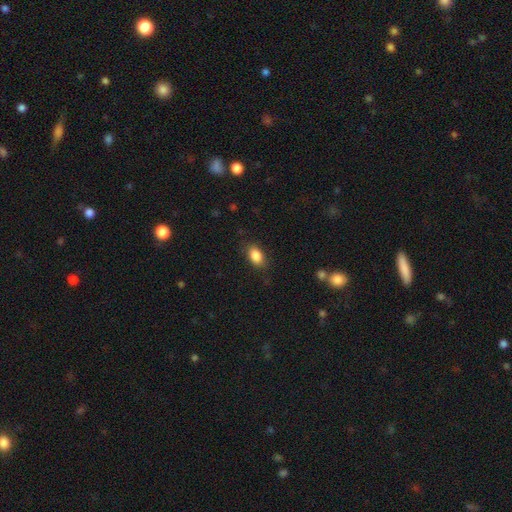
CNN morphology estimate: The model was most divided on "merging": none: 83%, minor disturbance: 13%, major disturbance: 4%, merger: 1%. More confident: how rounded — in between (88%); smooth or featured — smooth (87%).